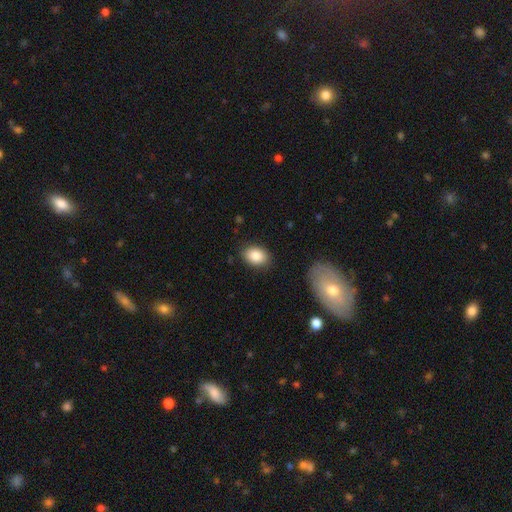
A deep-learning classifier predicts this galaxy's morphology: type=smooth (85%); roundness=in between (76%); merging=none (84%).